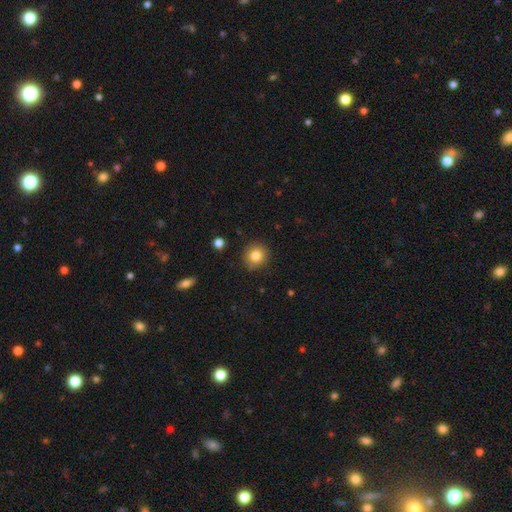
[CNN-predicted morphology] Q: Smooth or featured?
A: smooth (83%); runner-up: star or artifact (10%)
Q: How rounded?
A: round (89%); runner-up: in between (10%)
Q: Merging?
A: none (88%); runner-up: minor disturbance (8%)